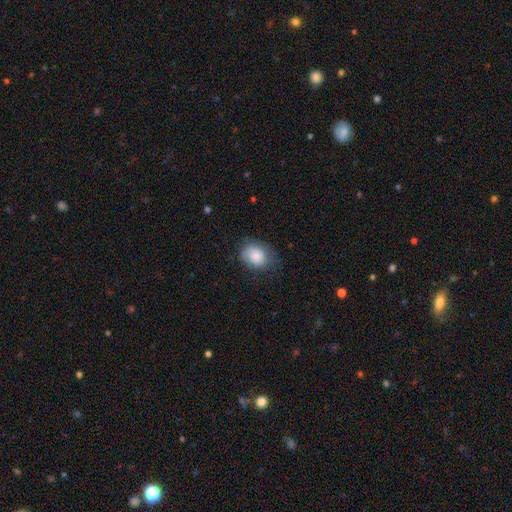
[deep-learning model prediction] Smooth or featured?
  - smooth: 83% *
  - featured or disk: 10%
  - star or artifact: 7%
How rounded?
  - in between: 60% *
  - round: 40%
  - cigar-shaped: 1%
Merging?
  - none: 62% *
  - minor disturbance: 27%
  - major disturbance: 10%
  - merger: 1%